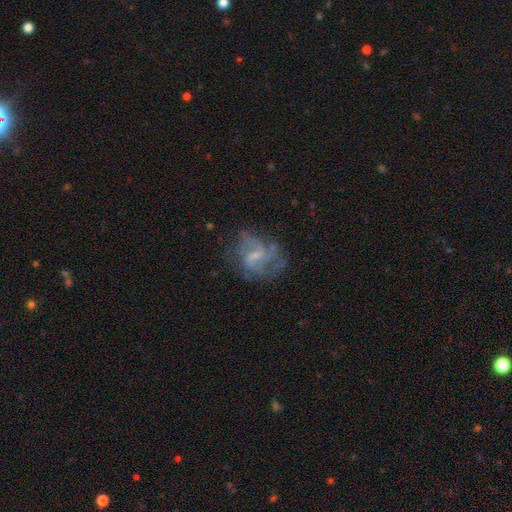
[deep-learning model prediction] smooth-or-featured: featured or disk: 80% | smooth: 12% | star or artifact: 8%
  disk-edge-on: no: 98% | yes: 2%
    bar: weak: 60% | no: 25% | strong: 15%
    has-spiral-arms: yes: 90% | no: 10%
      spiral-winding: medium: 47% | loose: 33% | tight: 20%
      spiral-arm-count: 2: 34% | 3: 25% | can't tell: 23% | 4: 8% | 1: 5% | more than 4: 4%
    bulge-size: small: 52% | moderate: 24% | none: 21% | large: 2% | dominant: 1%
  merging: none: 57% | minor disturbance: 21% | major disturbance: 20% | merger: 2%